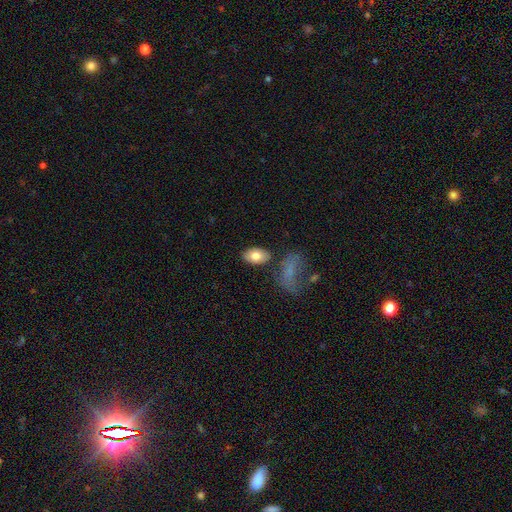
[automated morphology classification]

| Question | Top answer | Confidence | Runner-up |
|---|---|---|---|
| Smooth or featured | smooth | 79% | featured or disk (15%) |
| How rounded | in between | 91% | round (7%) |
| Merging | none | 80% | minor disturbance (11%) |